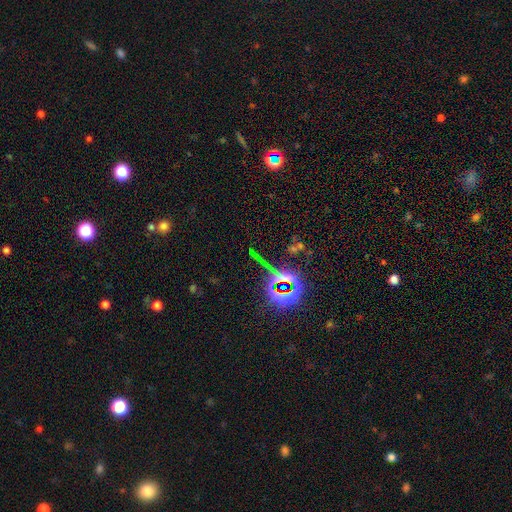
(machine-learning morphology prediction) Smooth or featured?
  - star or artifact: 76% *
  - smooth: 12%
  - featured or disk: 12%